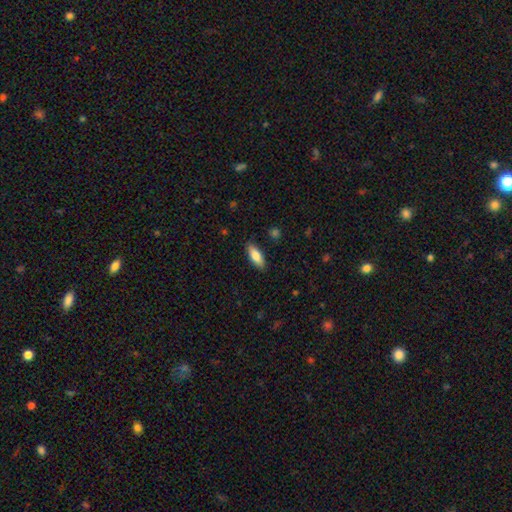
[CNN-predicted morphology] type=smooth (81%); roundness=in between (72%); merging=none (86%).